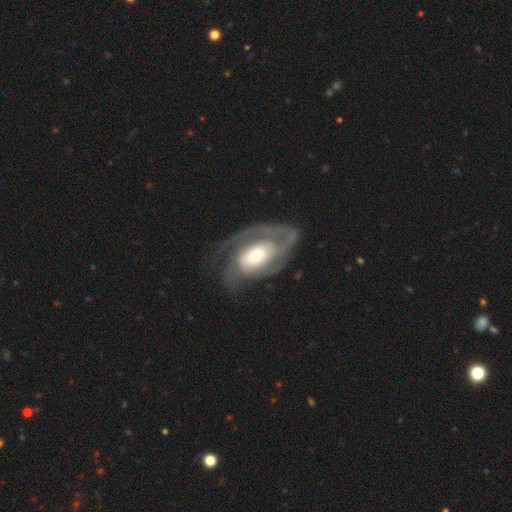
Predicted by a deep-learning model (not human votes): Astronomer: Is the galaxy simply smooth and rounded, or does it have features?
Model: featured or disk — 85%.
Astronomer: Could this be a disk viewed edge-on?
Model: no — 96%.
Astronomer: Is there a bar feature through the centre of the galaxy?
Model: no — 59%.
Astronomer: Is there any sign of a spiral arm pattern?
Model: yes — 93%.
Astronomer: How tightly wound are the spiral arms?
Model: tight — 49% (runner-up: medium, 38%).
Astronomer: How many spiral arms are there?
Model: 2 — 50%.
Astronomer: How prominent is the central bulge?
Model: moderate — 56%.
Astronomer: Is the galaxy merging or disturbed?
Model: none — 60%.